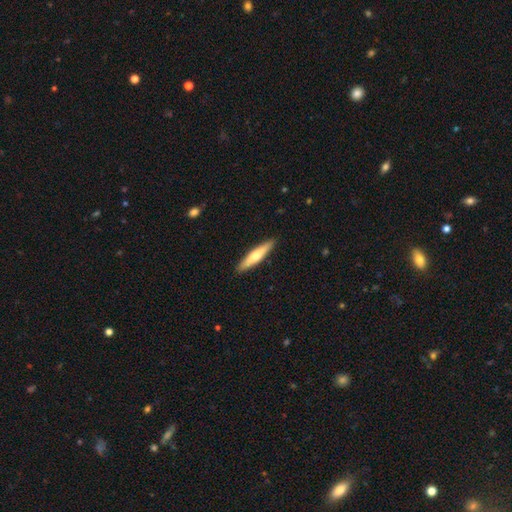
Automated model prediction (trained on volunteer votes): smooth-or-featured: smooth: 55% | featured or disk: 40% | star or artifact: 5%
  how-rounded: cigar-shaped: 85% | in between: 13% | round: 1%
  merging: none: 91% | minor disturbance: 7% | major disturbance: 1% | merger: 1%